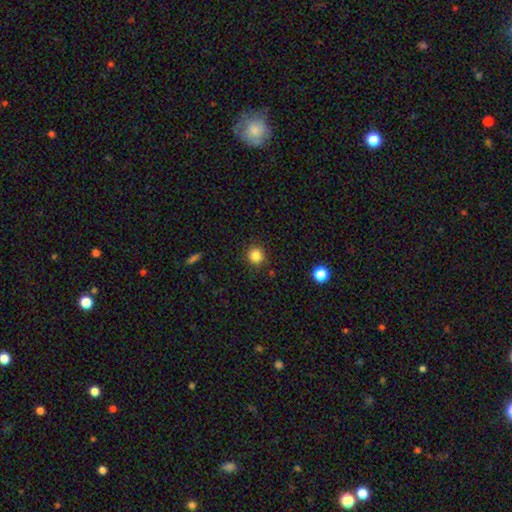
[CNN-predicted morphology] This is clearly a smooth galaxy (84%). How rounded: clearly round (92%). Merging: clearly none (89%).